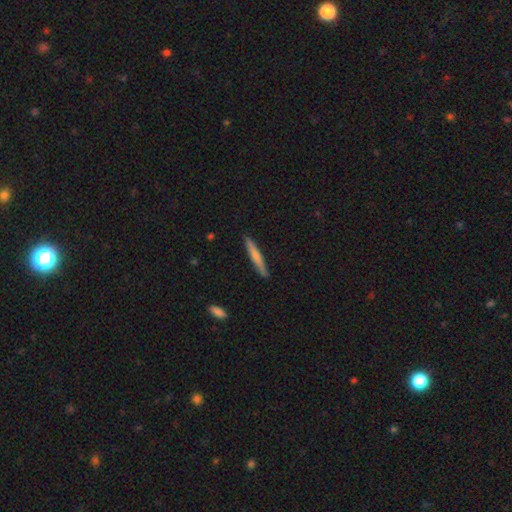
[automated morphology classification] smooth 64%, featured or disk 31%, star or artifact 5%. Down the decision tree: how rounded — cigar-shaped (95%); merging — none (88%).